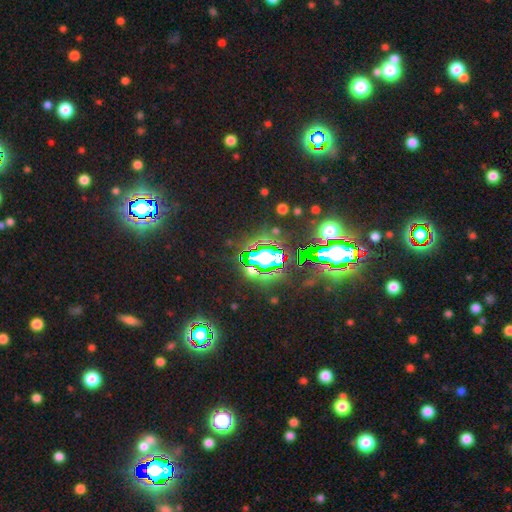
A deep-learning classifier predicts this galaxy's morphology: star or artifact 82%, smooth 10%, featured or disk 8%.